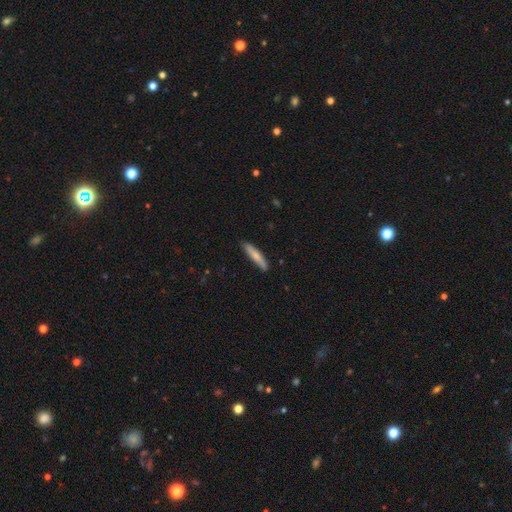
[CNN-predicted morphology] This appears to be a smooth galaxy with no disk features (75%) that is cigar-shaped (90%). Merging: none (87%).